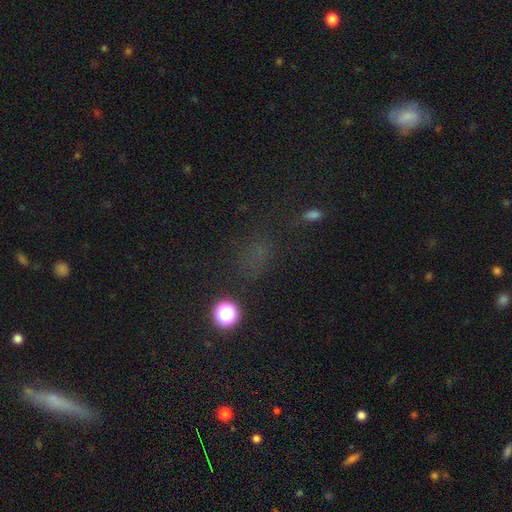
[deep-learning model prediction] Q: Smooth or featured?
A: smooth (46%); runner-up: star or artifact (45%)
Q: Merging?
A: none (67%); runner-up: minor disturbance (16%)